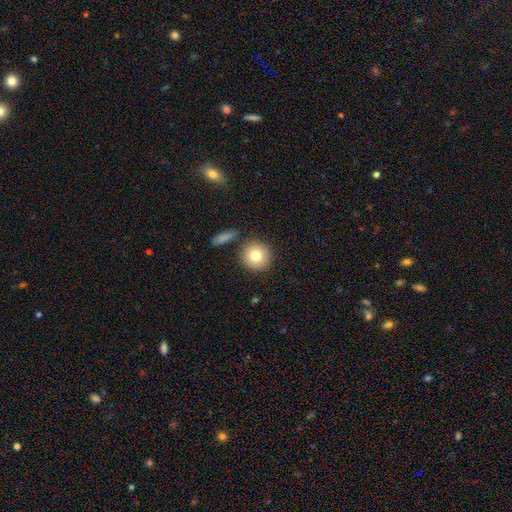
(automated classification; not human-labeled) Smooth or featured: smooth — 80% (featured or disk — 11%)
How rounded: round — 93% (in between — 6%)
Merging: none — 83% (minor disturbance — 8%)